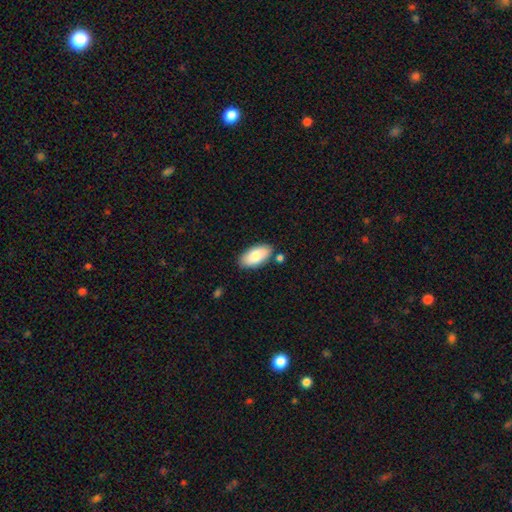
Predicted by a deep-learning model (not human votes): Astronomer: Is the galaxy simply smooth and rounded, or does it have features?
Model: smooth — 80%.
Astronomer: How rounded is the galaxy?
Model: in between — 94%.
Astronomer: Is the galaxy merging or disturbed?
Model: none — 81%.